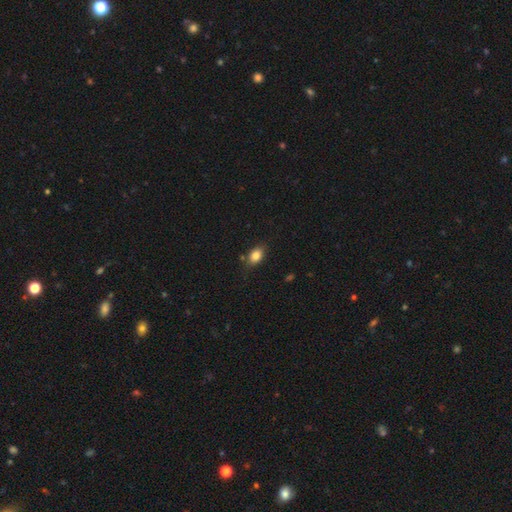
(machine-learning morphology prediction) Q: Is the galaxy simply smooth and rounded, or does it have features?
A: smooth — 83%.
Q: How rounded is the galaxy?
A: in between — 79%.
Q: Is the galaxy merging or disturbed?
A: none — 79%.